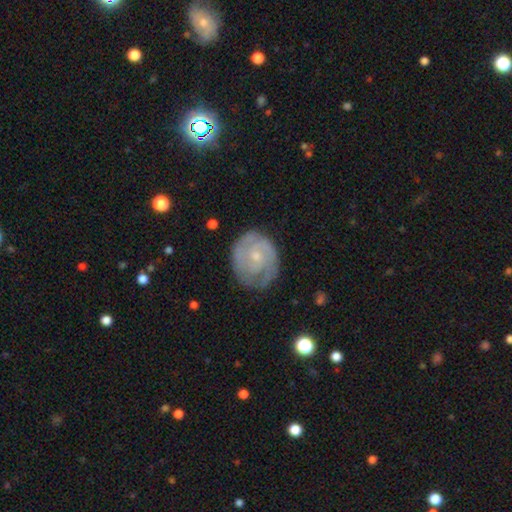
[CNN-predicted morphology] A featured or disk galaxy (73%) with no bar (69%), 2 (44%) tight (60%) spiral arms (89%) and a small central bulge (65%).

Vote fractions:
- Smooth or featured? featured or disk: 73% / smooth: 21% / star or artifact: 6%
- Edge-on disk? no: 98% / yes: 2%
- Bar? no: 69% / weak: 27% / strong: 4%
- Spiral arms? yes: 89% / no: 11%
- Spiral winding? tight: 60% / medium: 31% / loose: 9%
- Spiral arm count? 2: 44% / can't tell: 29% / 3: 13% / 1: 7% / 4: 4% / more than 4: 3%
- Bulge size? small: 65% / moderate: 29% / none: 4% / large: 1% / dominant: 1%
- Merging? none: 70% / minor disturbance: 21% / major disturbance: 8% / merger: 1%